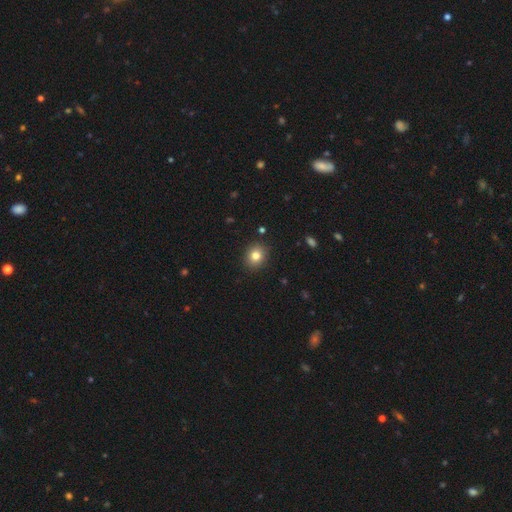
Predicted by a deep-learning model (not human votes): Smooth or featured: smooth — 81% (star or artifact — 11%)
How rounded: round — 67% (in between — 32%)
Merging: none — 90% (minor disturbance — 7%)